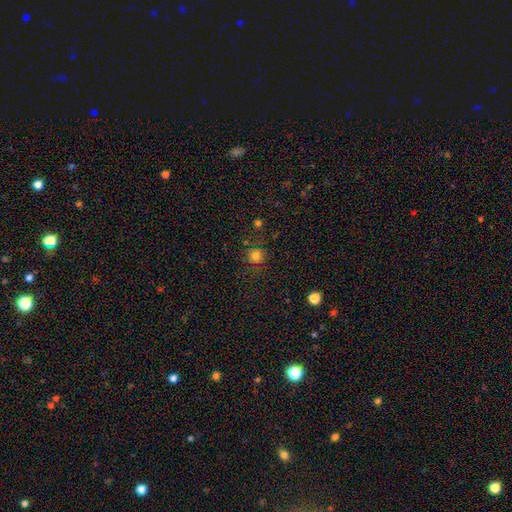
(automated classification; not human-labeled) smooth-or-featured: smooth: 78% | star or artifact: 16% | featured or disk: 6%
  how-rounded: round: 92% | in between: 7% | cigar-shaped: 1%
  merging: none: 83% | minor disturbance: 10% | major disturbance: 4% | merger: 3%